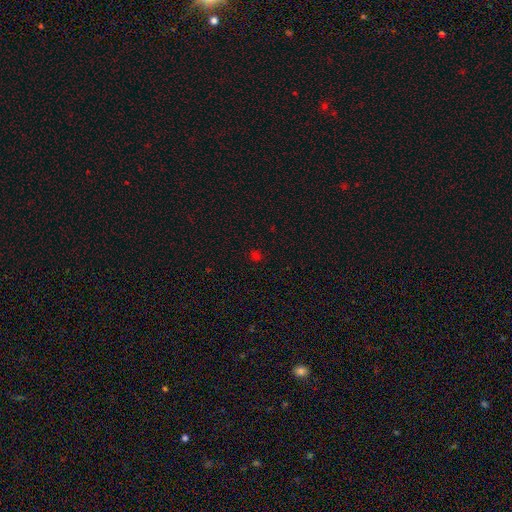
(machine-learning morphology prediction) Overall: smooth (62%; star or artifact 33%). How rounded: round (83%). Merging: none (86%).